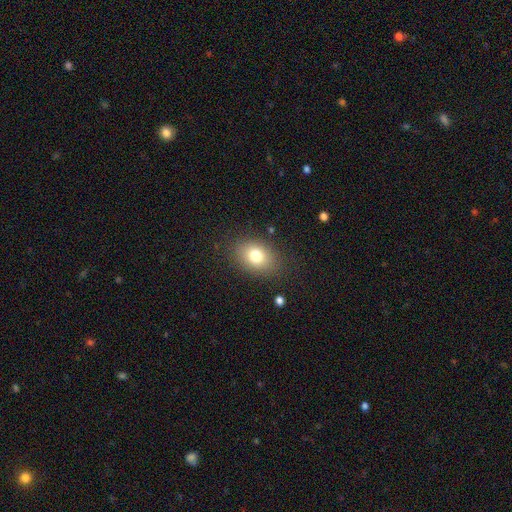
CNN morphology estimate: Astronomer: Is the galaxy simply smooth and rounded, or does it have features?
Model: smooth — 78%.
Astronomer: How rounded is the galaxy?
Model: in between — 73%.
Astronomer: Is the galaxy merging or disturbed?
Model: none — 83%.